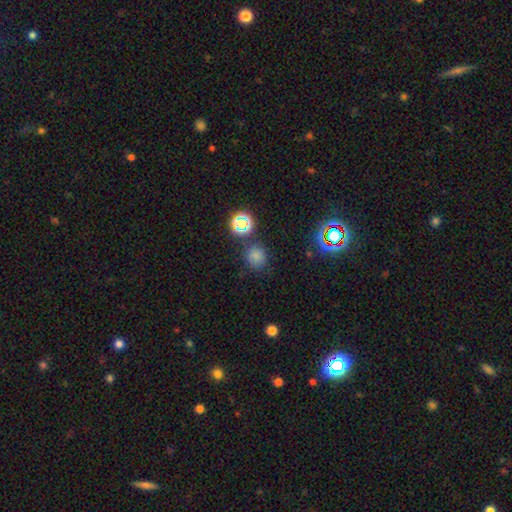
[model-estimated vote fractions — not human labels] smooth_or_featured: smooth (p=0.70) [alt: star or artifact p=0.23]
how_rounded: round (p=0.83) [alt: in between p=0.16]
merging: none (p=0.76) [alt: minor disturbance p=0.14]